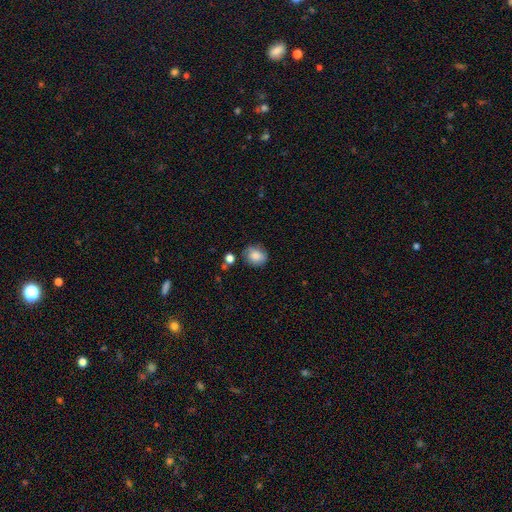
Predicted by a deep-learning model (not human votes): Overall: smooth (81%). How rounded: round (63%; in between 36%). Merging: none (70%).